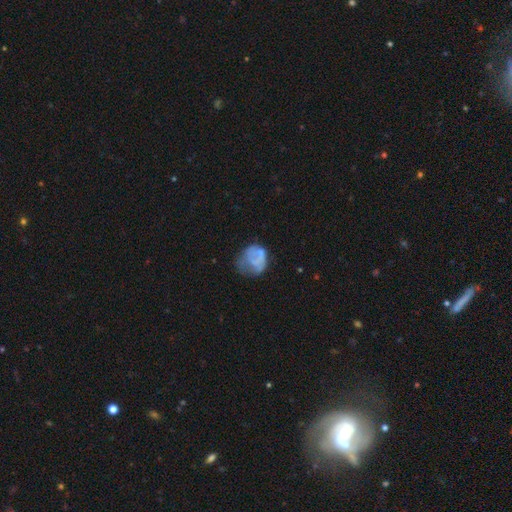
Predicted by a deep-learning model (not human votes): Smooth or featured: smooth — 50% (featured or disk — 39%)
How rounded: round — 66% (in between — 33%)
Merging: none — 34% (major disturbance — 32%)